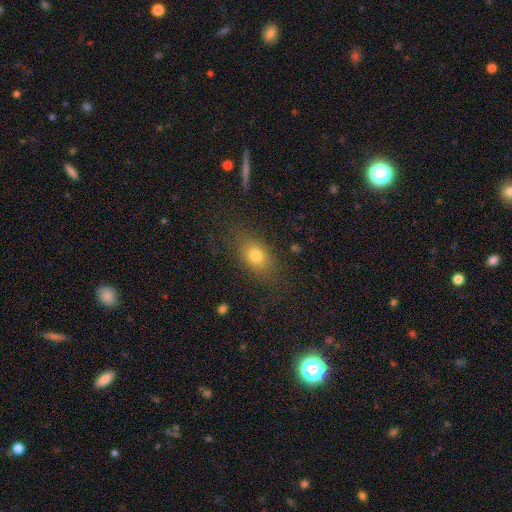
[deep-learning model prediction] A smooth galaxy with no disk features (76%) that is in between round and cigar-shaped (73%).

Vote fractions:
- Smooth or featured? smooth: 76% / featured or disk: 13% / star or artifact: 12%
- How rounded? in between: 73% / round: 21% / cigar-shaped: 6%
- Merging? none: 79% / minor disturbance: 14% / major disturbance: 6% / merger: 2%